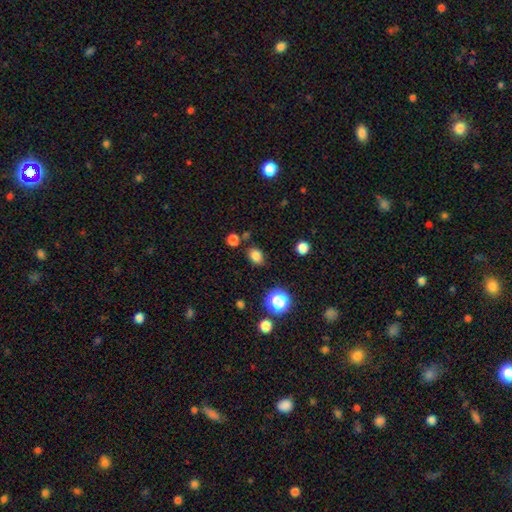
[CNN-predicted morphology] A smooth galaxy with no disk features (82%) that is in between round and cigar-shaped (61%). Merging: none (81%).